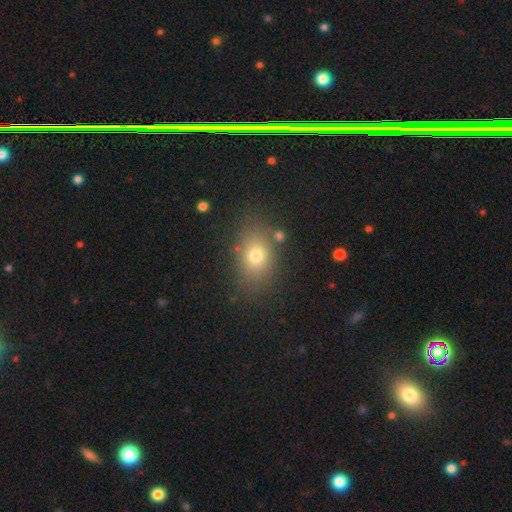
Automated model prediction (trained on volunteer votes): Q: Smooth or featured?
A: smooth (73%); runner-up: star or artifact (14%)
Q: How rounded?
A: in between (69%); runner-up: round (30%)
Q: Merging?
A: none (80%); runner-up: minor disturbance (12%)